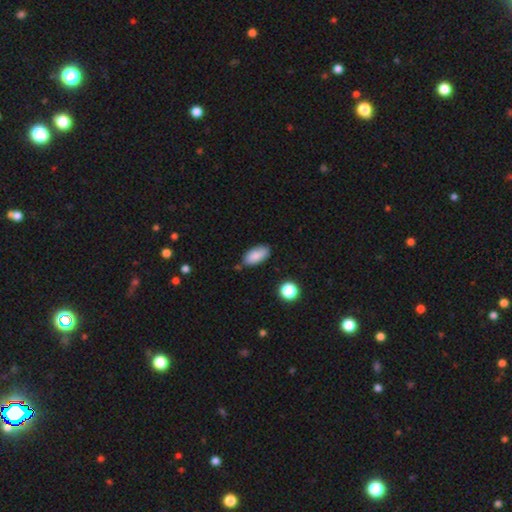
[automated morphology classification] Smooth or featured: smooth — 85% (featured or disk — 8%)
How rounded: in between — 91% (cigar-shaped — 7%)
Merging: none — 74% (minor disturbance — 19%)